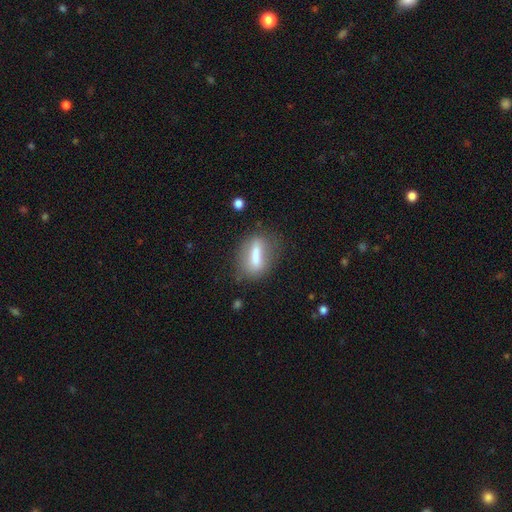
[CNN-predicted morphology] Smooth or featured: smooth — 58% (featured or disk — 32%)
How rounded: cigar-shaped — 49% (in between — 43%)
Merging: none — 69% (minor disturbance — 17%)